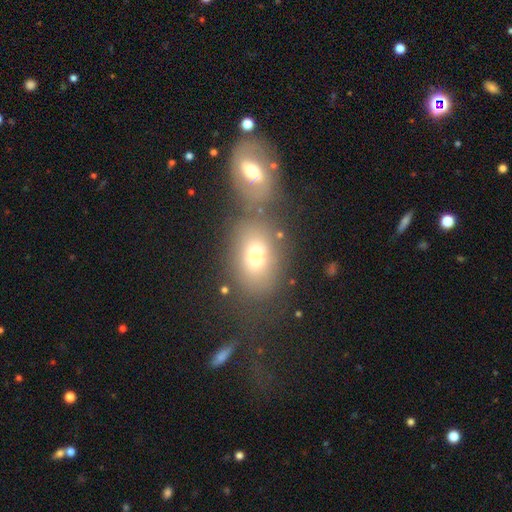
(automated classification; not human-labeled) smooth 71%, featured or disk 17%, star or artifact 12%. Down the decision tree: how rounded — in between (75%); merging — none (45%).